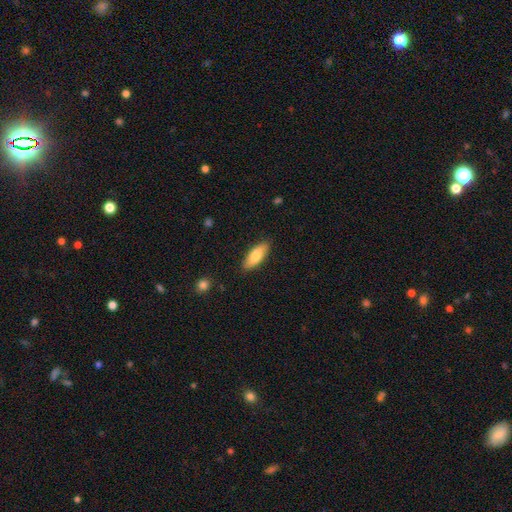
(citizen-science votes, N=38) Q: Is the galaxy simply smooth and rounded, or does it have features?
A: smooth — 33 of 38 (87%).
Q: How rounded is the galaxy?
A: in between — 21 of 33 (64%).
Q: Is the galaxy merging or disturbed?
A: none — 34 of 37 (92%).